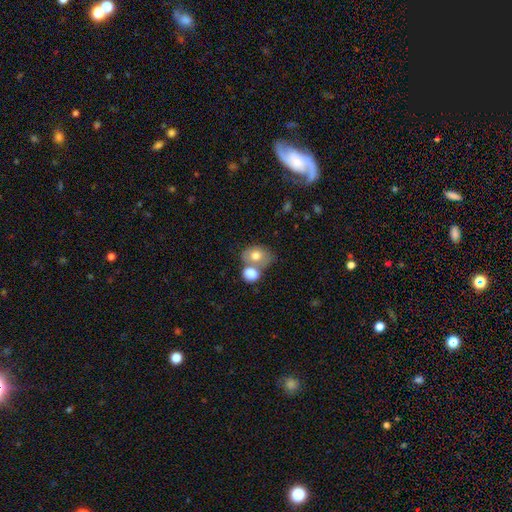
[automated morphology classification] Q: Smooth or featured?
A: smooth (76%); runner-up: featured or disk (17%)
Q: How rounded?
A: in between (68%); runner-up: round (31%)
Q: Merging?
A: merger (55%); runner-up: none (29%)